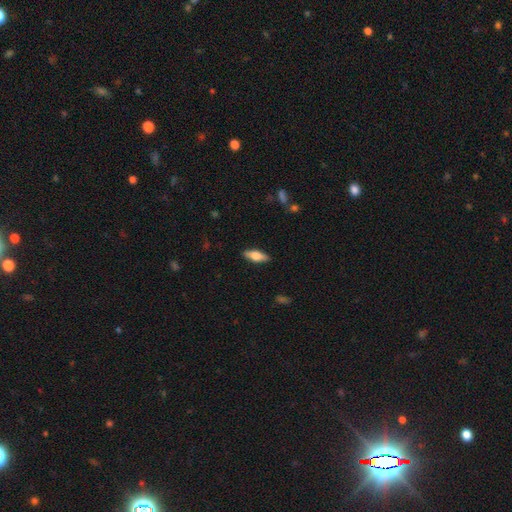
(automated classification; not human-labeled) Overall: smooth (61%; featured or disk 33%). How rounded: in between (67%; cigar-shaped 30%). Merging: none (88%).